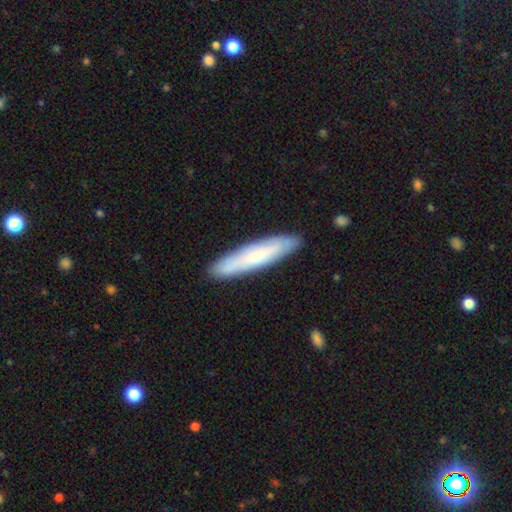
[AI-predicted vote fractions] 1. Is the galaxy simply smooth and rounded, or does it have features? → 61% smooth, 34% featured or disk, 5% star or artifact.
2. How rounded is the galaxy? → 85% cigar-shaped, 13% in between, 1% round.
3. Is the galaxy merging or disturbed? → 88% none, 9% minor disturbance, 2% major disturbance, 1% merger.